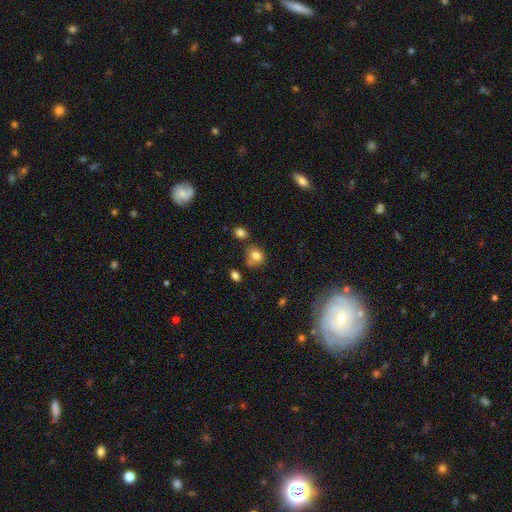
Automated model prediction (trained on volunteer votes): smooth_or_featured: smooth (p=0.79) [alt: star or artifact p=0.12]
how_rounded: round (p=0.68) [alt: in between p=0.30]
merging: none (p=0.62) [alt: minor disturbance p=0.19]